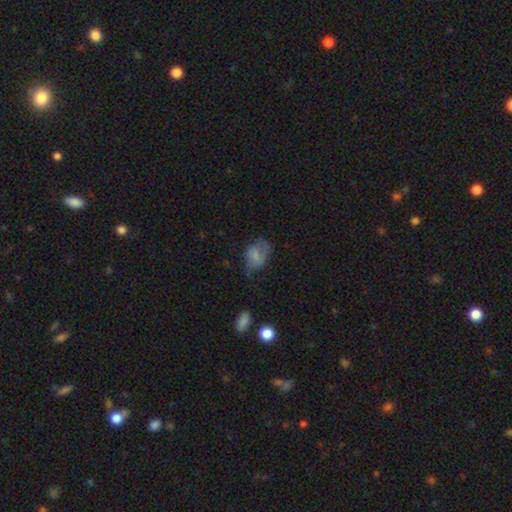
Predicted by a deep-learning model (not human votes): Smooth or featured?
  - smooth: 57% *
  - featured or disk: 33%
  - star or artifact: 10%
How rounded?
  - in between: 72% *
  - round: 27%
  - cigar-shaped: 1%
Merging?
  - none: 40% *
  - minor disturbance: 31%
  - major disturbance: 26%
  - merger: 3%